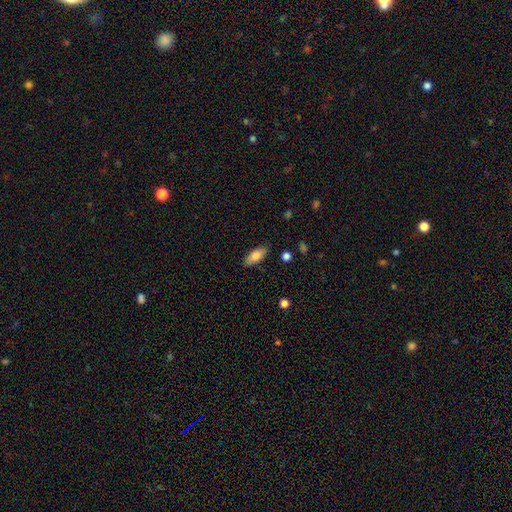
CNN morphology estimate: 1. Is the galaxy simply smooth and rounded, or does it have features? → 80% smooth, 13% featured or disk, 7% star or artifact.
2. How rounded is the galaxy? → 83% in between, 15% cigar-shaped, 2% round.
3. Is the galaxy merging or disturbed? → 85% none, 11% minor disturbance, 2% major disturbance, 1% merger.